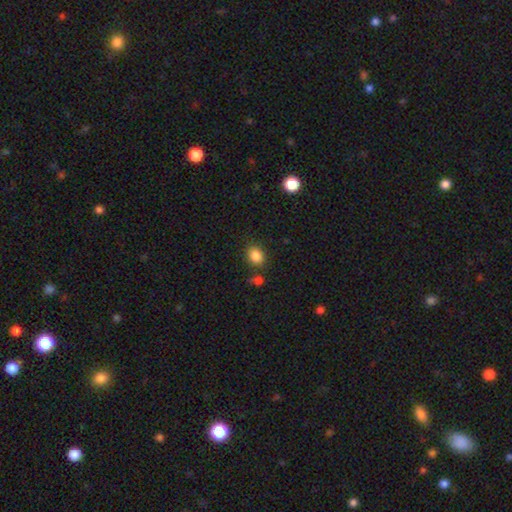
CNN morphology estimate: type=smooth (85%); roundness=round (52%); merging=none (78%).